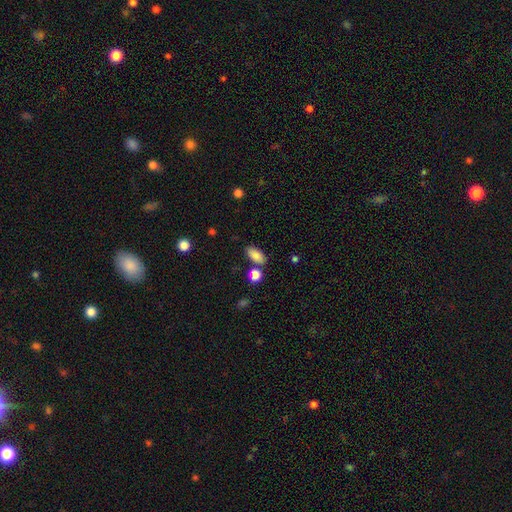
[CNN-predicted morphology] Smooth or featured? Predicted: smooth (p=0.86). How rounded? Predicted: in between (p=0.90). Merging? Predicted: none (p=0.76).